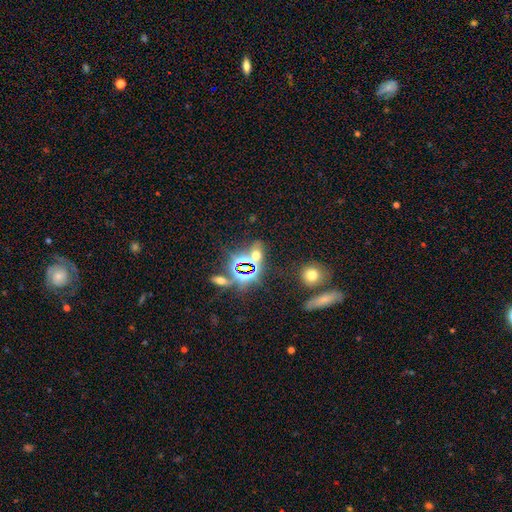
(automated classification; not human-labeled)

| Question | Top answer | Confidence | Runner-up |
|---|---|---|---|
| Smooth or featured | star or artifact | 53% | smooth (35%) |